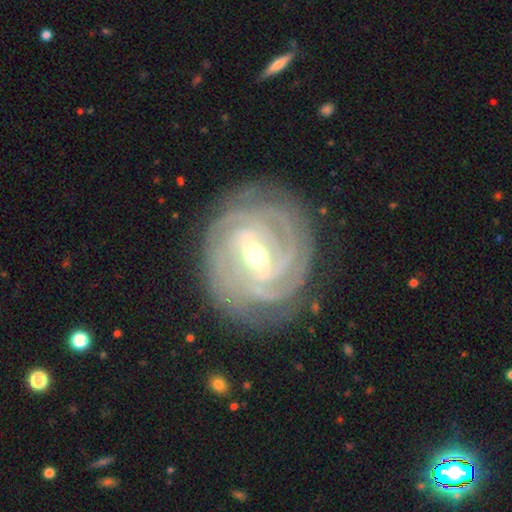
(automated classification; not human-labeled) Q: Smooth or featured?
A: featured or disk (92%); runner-up: star or artifact (4%)
Q: Edge-on disk?
A: no (97%); runner-up: yes (3%)
Q: Bar?
A: strong (54%); runner-up: weak (37%)
Q: Spiral arms?
A: yes (98%); runner-up: no (2%)
Q: Spiral winding?
A: tight (84%); runner-up: medium (14%)
Q: Spiral arm count?
A: 4 (31%); runner-up: 3 (24%)
Q: Bulge size?
A: moderate (58%); runner-up: small (39%)
Q: Merging?
A: none (83%); runner-up: minor disturbance (12%)